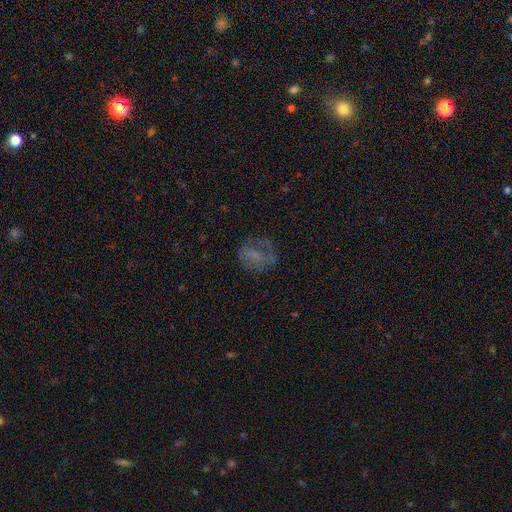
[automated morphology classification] Smooth or featured? smooth (46%)
Merging? none (60%)